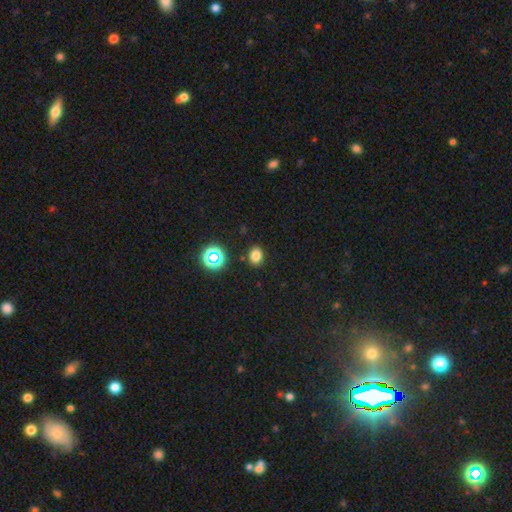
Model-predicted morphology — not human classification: smooth_or_featured: smooth (p=0.76) [alt: star or artifact p=0.18]
how_rounded: in between (p=0.58) [alt: round p=0.41]
merging: none (p=0.86) [alt: minor disturbance p=0.09]